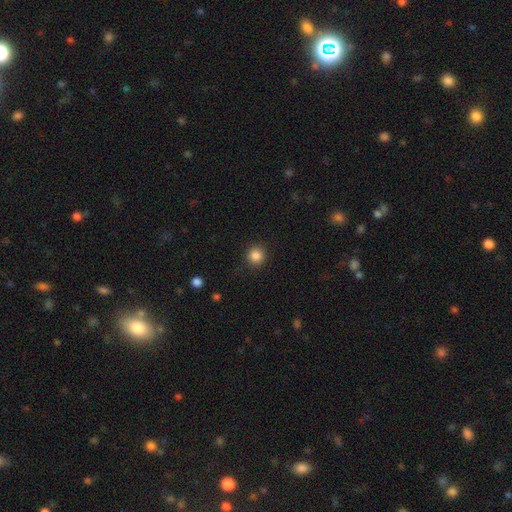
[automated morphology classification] smooth_or_featured: smooth (p=0.86) [alt: star or artifact p=0.11]
how_rounded: round (p=0.94) [alt: in between p=0.05]
merging: none (p=0.89) [alt: minor disturbance p=0.07]